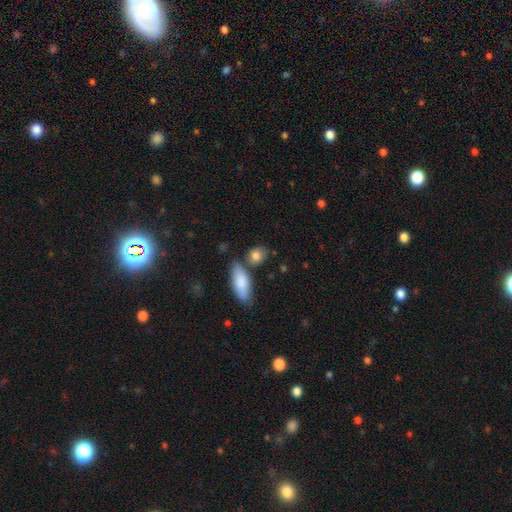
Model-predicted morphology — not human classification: A smooth galaxy with no disk features (84%) that is in between round and cigar-shaped (52%).

Vote fractions:
- Smooth or featured? smooth: 84% / featured or disk: 9% / star or artifact: 7%
- How rounded? in between: 52% / round: 43% / cigar-shaped: 6%
- Merging? none: 67% / minor disturbance: 15% / merger: 14% / major disturbance: 4%